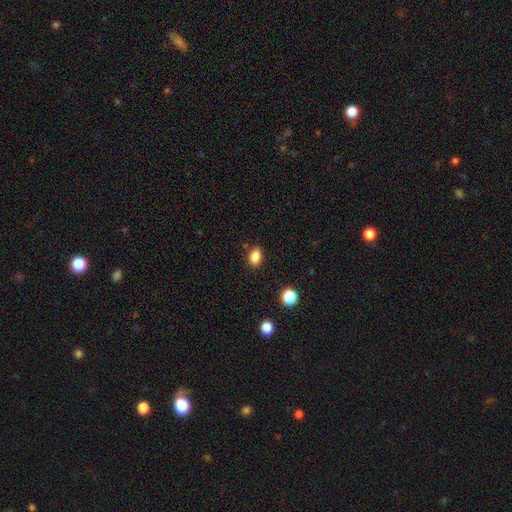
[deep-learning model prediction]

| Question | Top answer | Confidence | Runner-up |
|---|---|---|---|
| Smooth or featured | smooth | 86% | star or artifact (10%) |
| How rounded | in between | 84% | round (14%) |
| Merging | none | 84% | minor disturbance (11%) |